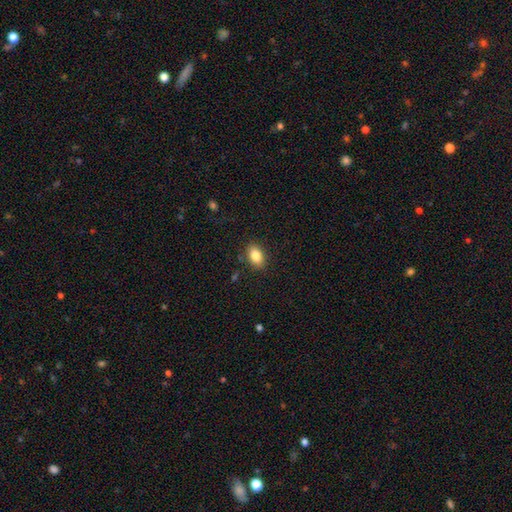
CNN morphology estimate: smooth 84%, star or artifact 8%, featured or disk 8%. Down the decision tree: how rounded — in between (86%); merging — none (86%).